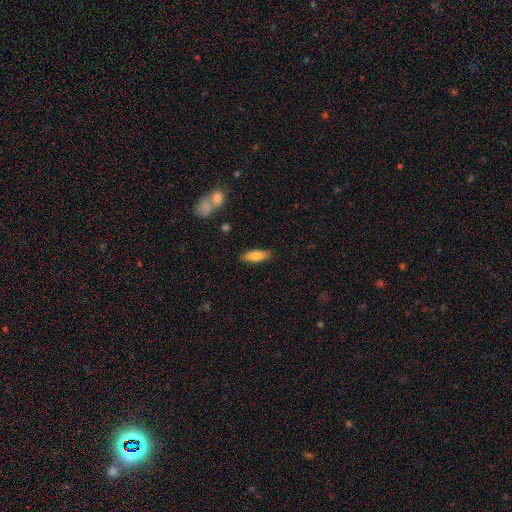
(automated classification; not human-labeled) Q: Smooth or featured?
A: smooth (75%); runner-up: featured or disk (19%)
Q: How rounded?
A: in between (59%); runner-up: cigar-shaped (39%)
Q: Merging?
A: none (87%); runner-up: minor disturbance (9%)